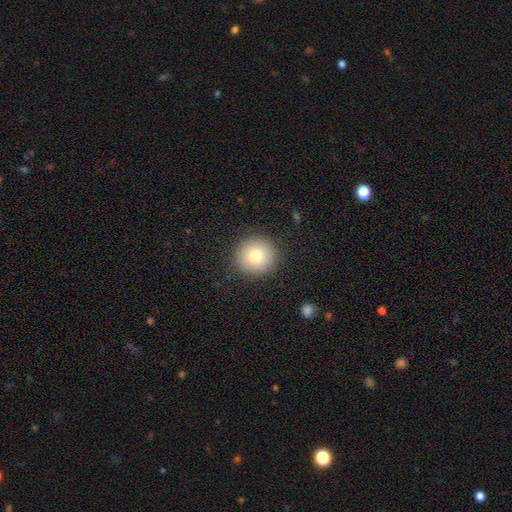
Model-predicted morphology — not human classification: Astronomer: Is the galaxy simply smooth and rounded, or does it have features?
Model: smooth — 79%.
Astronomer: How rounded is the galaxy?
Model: round — 90%.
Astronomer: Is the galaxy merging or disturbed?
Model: none — 88%.